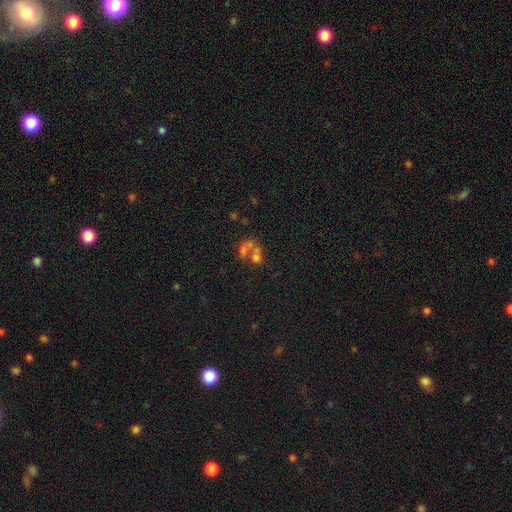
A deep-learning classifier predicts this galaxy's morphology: smooth 39%, featured or disk 34%, star or artifact 27%. Down the decision tree: merging — merger (55%).